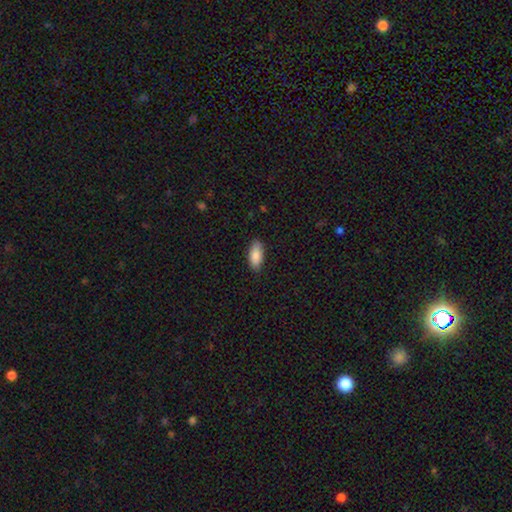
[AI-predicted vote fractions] Morphology: type=smooth (87%); roundness=in between (86%); merging=none (86%).